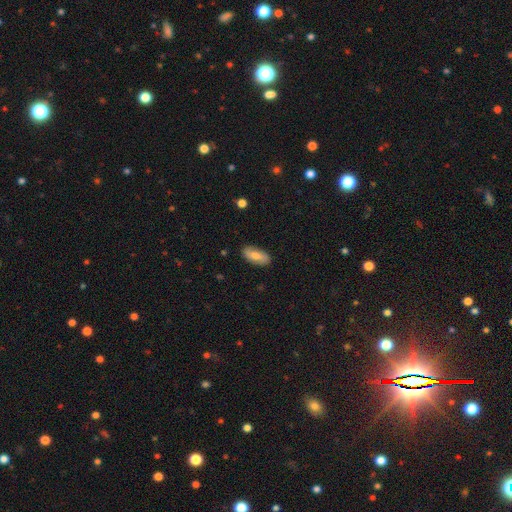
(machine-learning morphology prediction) This is likely a smooth galaxy (78%). How rounded: clearly in between (86%). Merging: clearly none (87%).